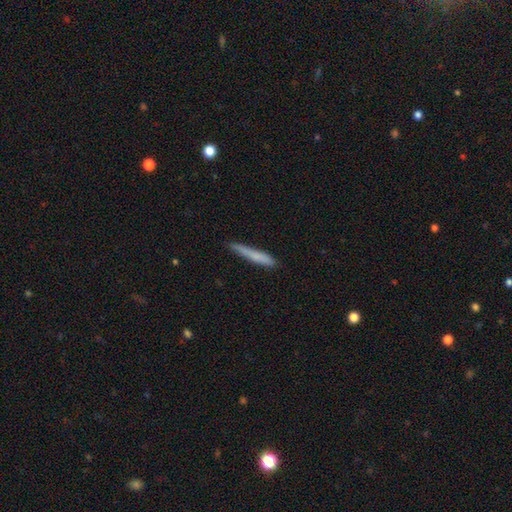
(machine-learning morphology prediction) smooth-or-featured: smooth: 74% | featured or disk: 20% | star or artifact: 6%
  how-rounded: cigar-shaped: 95% | in between: 4% | round: 1%
  merging: none: 79% | minor disturbance: 16% | major disturbance: 3% | merger: 2%